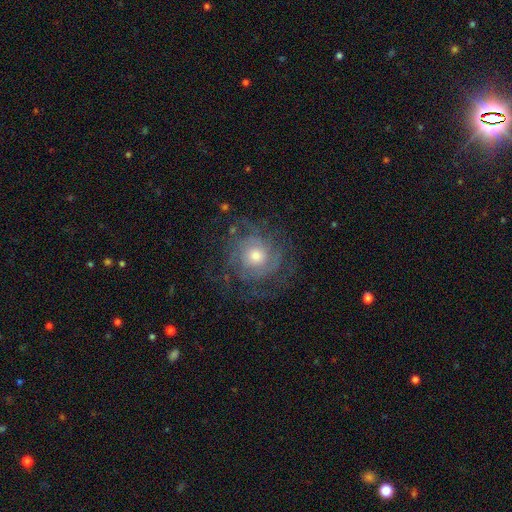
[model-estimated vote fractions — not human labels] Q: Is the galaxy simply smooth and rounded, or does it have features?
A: featured or disk — 73%.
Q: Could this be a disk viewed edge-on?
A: no — 97%.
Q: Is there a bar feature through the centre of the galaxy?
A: no — 81%.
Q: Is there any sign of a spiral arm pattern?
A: yes — 87%.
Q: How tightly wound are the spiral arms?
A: tight — 62%.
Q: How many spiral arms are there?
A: can't tell — 48%.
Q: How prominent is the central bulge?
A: moderate — 63%.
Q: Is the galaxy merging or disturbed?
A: none — 71%.